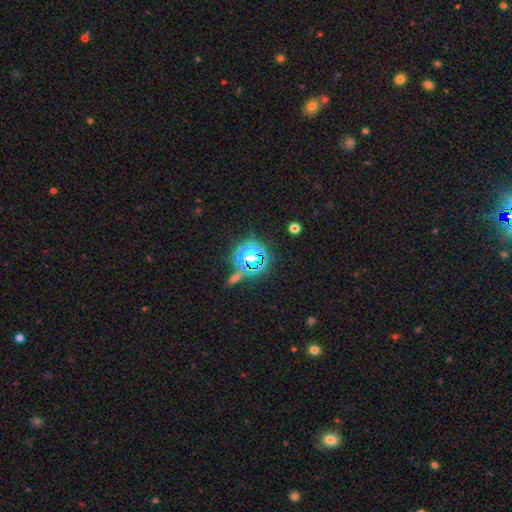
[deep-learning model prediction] star or artifact 72%, smooth 21%, featured or disk 7%.